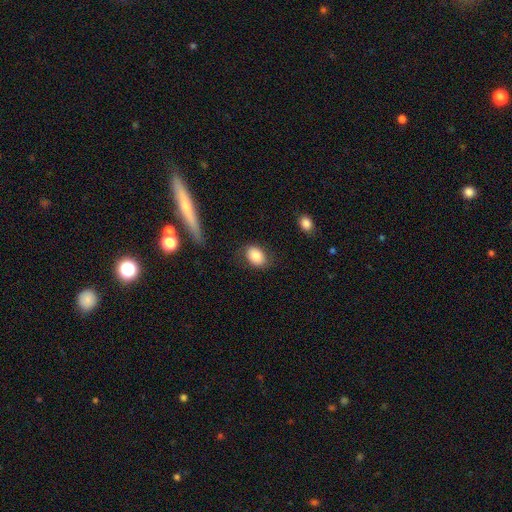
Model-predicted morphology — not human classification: Smooth or featured? smooth (83%)
How rounded? in between (72%)
Merging? none (77%)